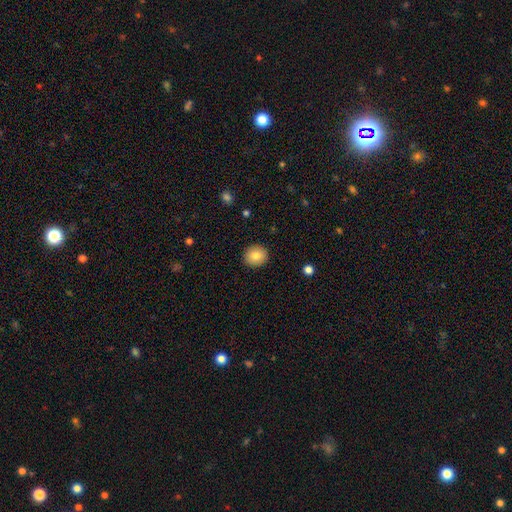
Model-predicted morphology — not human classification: Smooth or featured: smooth — 84% (star or artifact — 8%)
How rounded: round — 84% (in between — 15%)
Merging: none — 91% (minor disturbance — 6%)